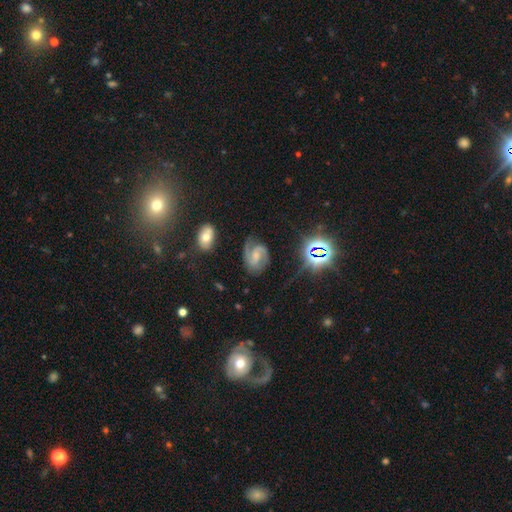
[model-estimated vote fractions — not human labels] Smooth or featured: featured or disk — 78% (smooth — 11%)
Edge-on disk: no — 97% (yes — 3%)
Bar: weak — 49% (no — 32%)
Spiral arms: yes — 96% (no — 4%)
Spiral winding: medium — 54% (tight — 27%)
Spiral arm count: 2 — 82% (1 — 7%)
Bulge size: small — 41% (moderate — 33%)
Merging: none — 65% (minor disturbance — 21%)